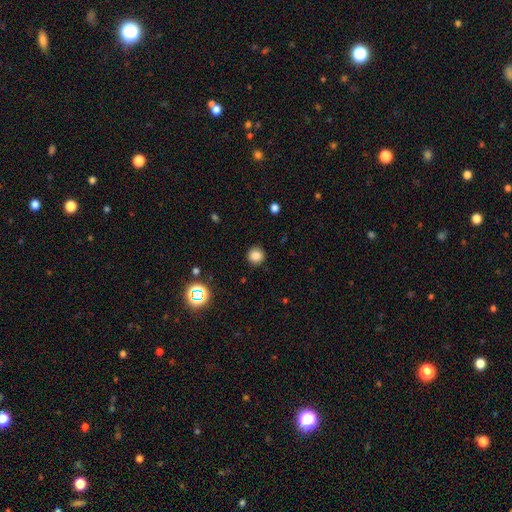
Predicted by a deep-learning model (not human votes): Smooth or featured?
  - smooth: 83% *
  - star or artifact: 13%
  - featured or disk: 4%
How rounded?
  - round: 92% *
  - in between: 7%
  - cigar-shaped: 1%
Merging?
  - none: 90% *
  - minor disturbance: 7%
  - major disturbance: 2%
  - merger: 1%